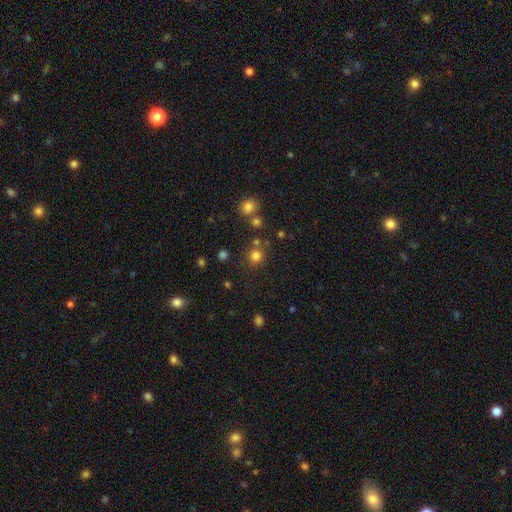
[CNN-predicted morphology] smooth 78%, star or artifact 17%, featured or disk 6%. Down the decision tree: how rounded — round (90%); merging — none (77%).